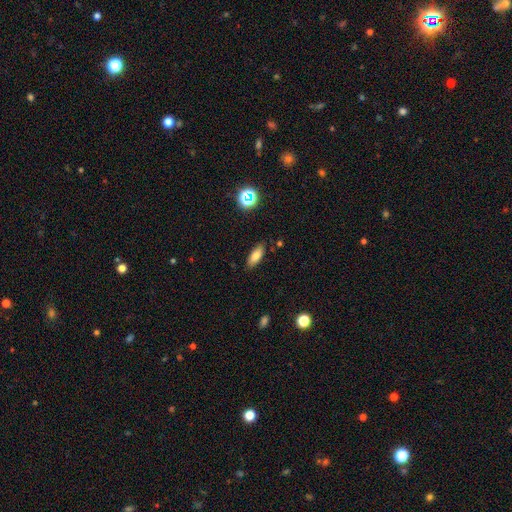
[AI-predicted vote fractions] The model was most divided on "how rounded": in between: 75%, cigar-shaped: 22%, round: 3%. More confident: merging — none (85%); smooth or featured — smooth (77%).